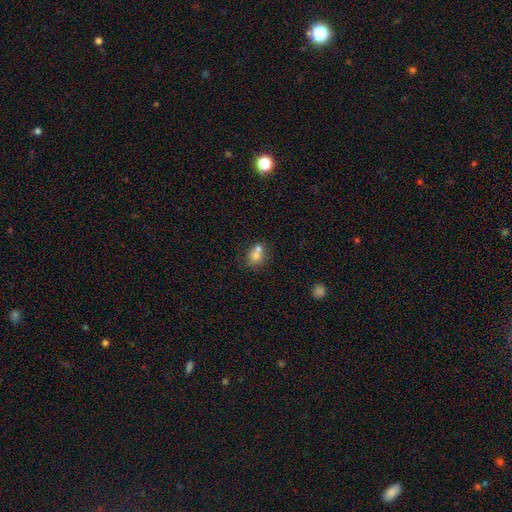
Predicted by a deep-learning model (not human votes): A smooth galaxy with no disk features (72%) that is round (66%). Merging: merger (47%).